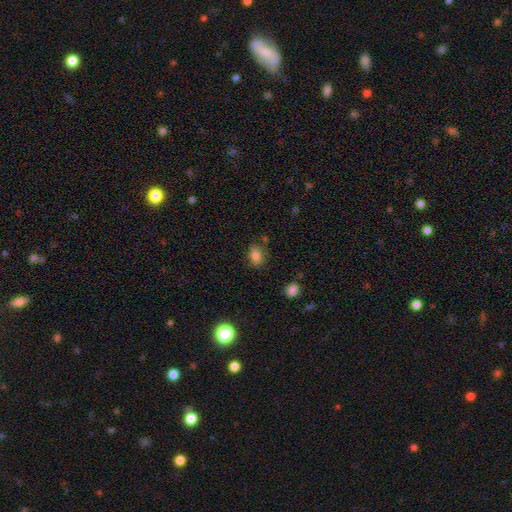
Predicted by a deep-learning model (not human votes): A smooth galaxy with no disk features (82%) that is in between round and cigar-shaped (76%).

Vote fractions:
- Smooth or featured? smooth: 82% / star or artifact: 12% / featured or disk: 7%
- How rounded? in between: 76% / round: 23% / cigar-shaped: 2%
- Merging? none: 79% / minor disturbance: 14% / major disturbance: 4% / merger: 3%